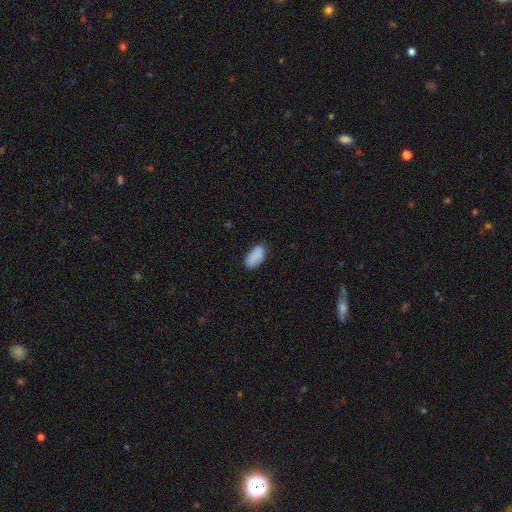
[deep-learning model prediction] smooth-or-featured: smooth: 88% | star or artifact: 8% | featured or disk: 5%
  how-rounded: in between: 93% | cigar-shaped: 3% | round: 3%
  merging: none: 79% | minor disturbance: 16% | major disturbance: 3% | merger: 2%